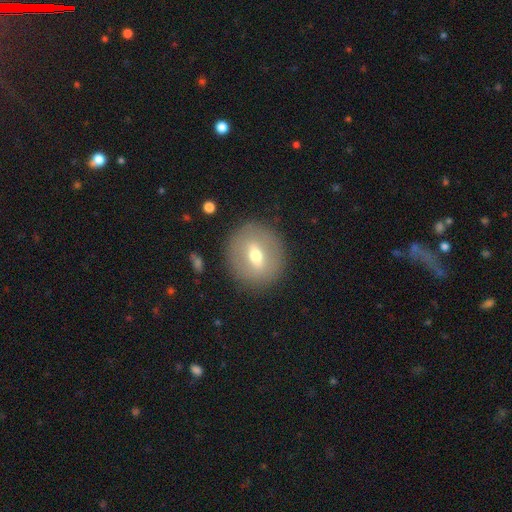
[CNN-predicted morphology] type=smooth (48%); merging=none (88%).